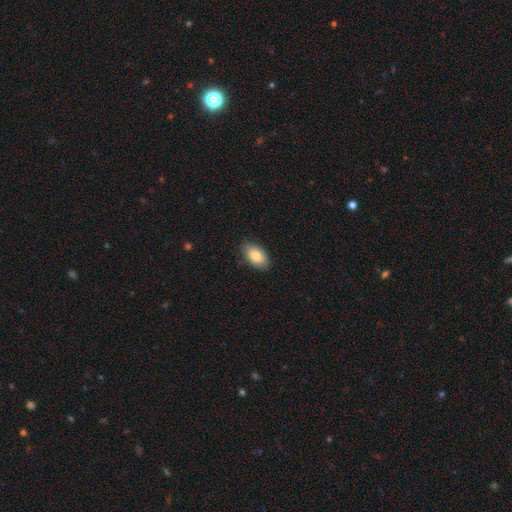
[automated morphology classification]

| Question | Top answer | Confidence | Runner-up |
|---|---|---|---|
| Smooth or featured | smooth | 81% | featured or disk (12%) |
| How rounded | in between | 92% | round (6%) |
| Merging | none | 83% | minor disturbance (13%) |